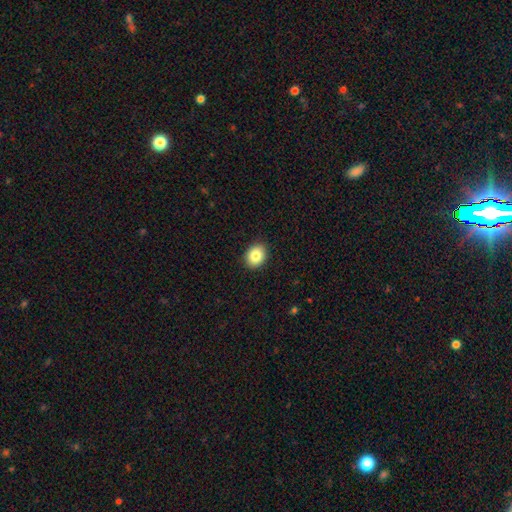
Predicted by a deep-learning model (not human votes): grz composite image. It shows a smooth galaxy with no disk features (84%) that is in between round and cigar-shaped (53%). Merging: none (90%).